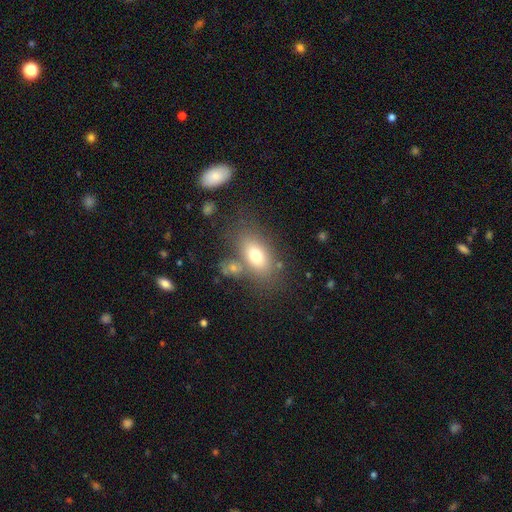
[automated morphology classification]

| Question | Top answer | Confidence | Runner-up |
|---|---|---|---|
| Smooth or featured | smooth | 71% | featured or disk (18%) |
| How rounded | in between | 85% | round (12%) |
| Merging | none | 63% | merger (15%) |